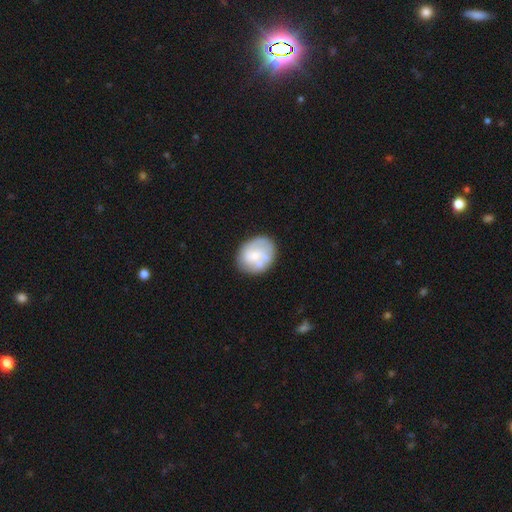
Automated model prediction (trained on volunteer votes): smooth-or-featured: smooth: 49% | featured or disk: 44% | star or artifact: 7%
  merging: none: 65% | minor disturbance: 21% | major disturbance: 9% | merger: 5%